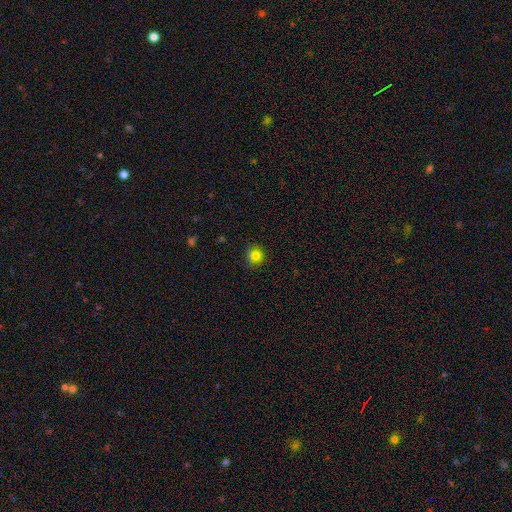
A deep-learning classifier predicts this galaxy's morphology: smooth-or-featured: smooth: 77% | star or artifact: 14% | featured or disk: 9%
  how-rounded: round: 88% | in between: 11% | cigar-shaped: 1%
  merging: none: 76% | minor disturbance: 17% | major disturbance: 4% | merger: 3%